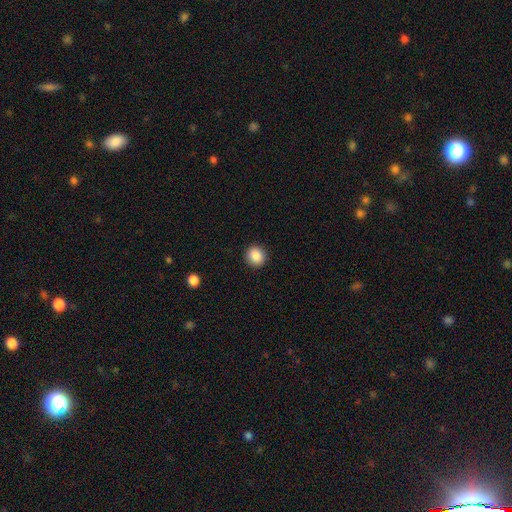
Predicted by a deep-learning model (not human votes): The model was most divided on "how rounded": round: 87%, in between: 12%, cigar-shaped: 1%. More confident: merging — none (92%); smooth or featured — smooth (88%).